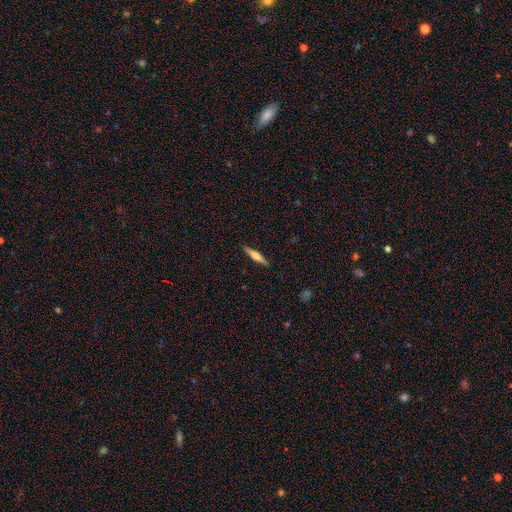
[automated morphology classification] type=featured or disk (52%); edge-on=yes (96%); edge-on bulge=rounded (84%); merging=none (90%).